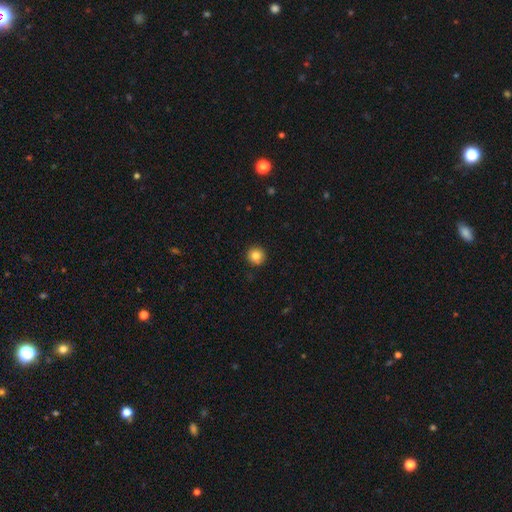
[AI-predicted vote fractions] Smooth or featured? smooth (83%)
How rounded? round (94%)
Merging? none (89%)